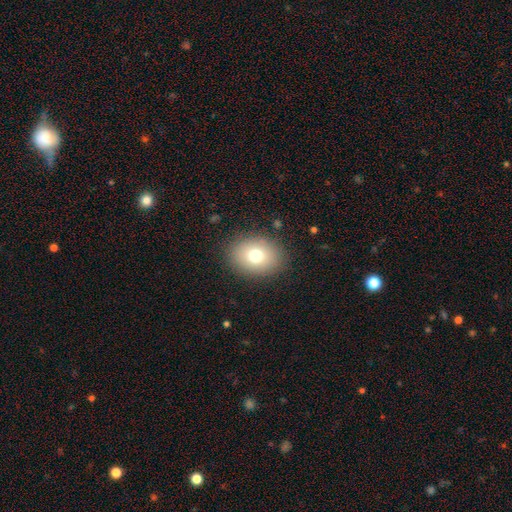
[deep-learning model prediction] A smooth galaxy with no disk features (75%) that is in between round and cigar-shaped (55%).

Vote fractions:
- Smooth or featured? smooth: 75% / featured or disk: 13% / star or artifact: 12%
- How rounded? in between: 55% / round: 44% / cigar-shaped: 1%
- Merging? none: 87% / minor disturbance: 9% / major disturbance: 3% / merger: 1%